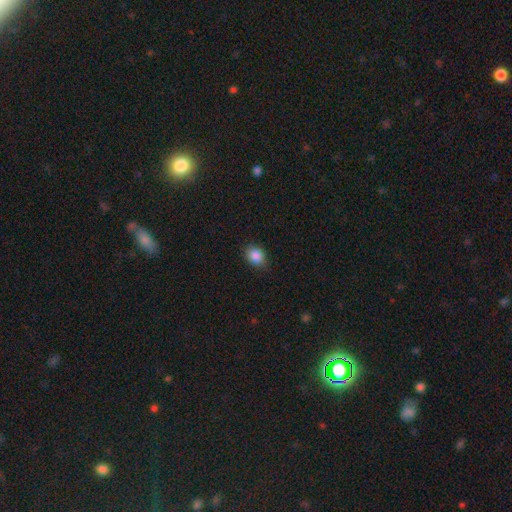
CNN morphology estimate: smooth_or_featured: smooth (p=0.87) [alt: star or artifact p=0.09]
how_rounded: in between (p=0.51) [alt: round p=0.48]
merging: none (p=0.82) [alt: minor disturbance p=0.14]